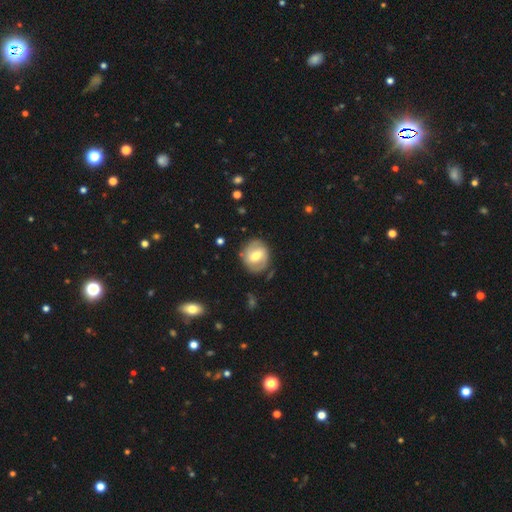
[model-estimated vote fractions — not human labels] Overall: featured or disk (58%; smooth 36%). Edge-on disk: no (96%). Bar: weak (48%; strong 28%). Spiral arms: yes (70%; no 30%). Bulge size: moderate (67%). Merging: none (79%).